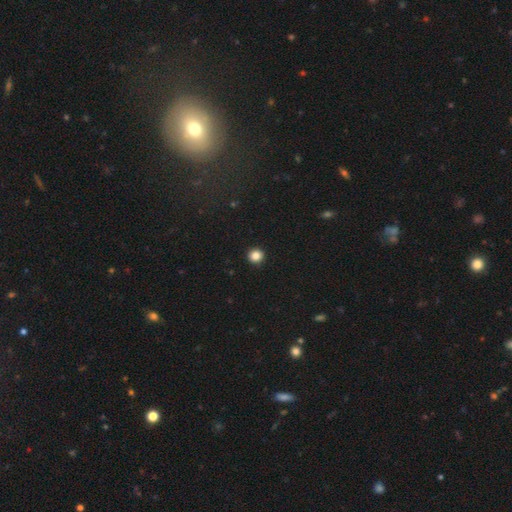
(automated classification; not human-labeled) The model was most divided on "smooth or featured": smooth: 85%, star or artifact: 11%, featured or disk: 4%. More confident: merging — none (94%); how rounded — round (93%).